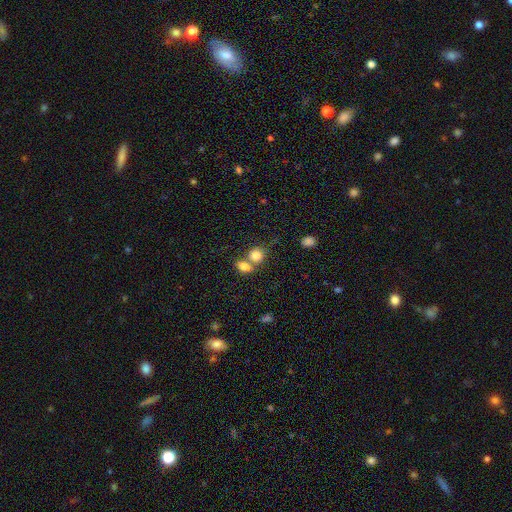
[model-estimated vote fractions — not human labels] Smooth or featured? smooth (81%)
How rounded? round (70%)
Merging? merger (52%)